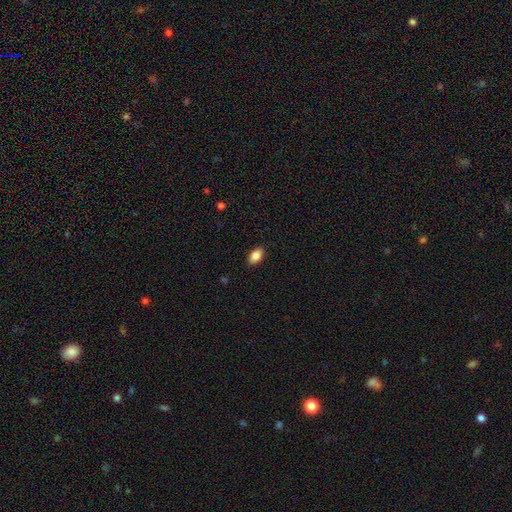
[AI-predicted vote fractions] Q: Smooth or featured?
A: smooth (86%); runner-up: star or artifact (8%)
Q: How rounded?
A: in between (92%); runner-up: round (7%)
Q: Merging?
A: none (89%); runner-up: minor disturbance (8%)